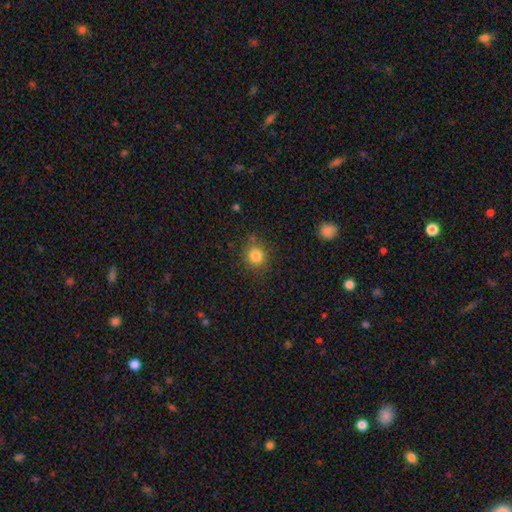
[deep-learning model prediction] This appears to be a smooth galaxy with no disk features (83%) that is round (84%). Merging: none (82%).